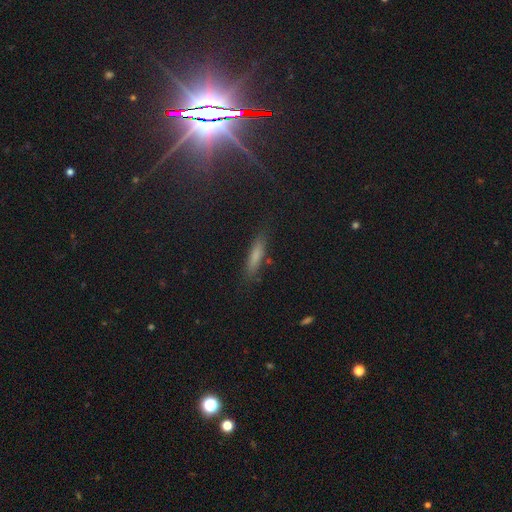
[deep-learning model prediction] Morphology: type=smooth (71%); roundness=cigar-shaped (84%); merging=none (82%).